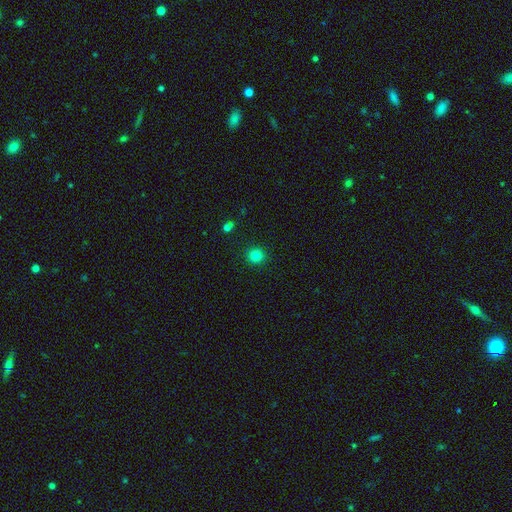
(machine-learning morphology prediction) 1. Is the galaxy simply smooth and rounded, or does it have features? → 82% smooth, 13% star or artifact, 5% featured or disk.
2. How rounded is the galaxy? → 93% round, 6% in between, 1% cigar-shaped.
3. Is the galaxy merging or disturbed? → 92% none, 5% minor disturbance, 2% major disturbance, 1% merger.